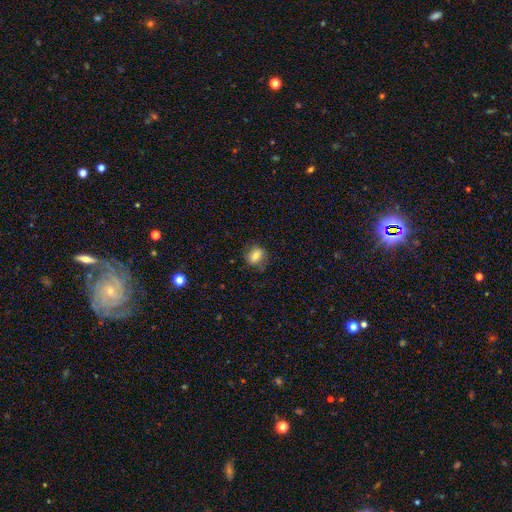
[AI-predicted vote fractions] smooth 73%, featured or disk 16%, star or artifact 10%. Down the decision tree: how rounded — round (60%); merging — none (76%).